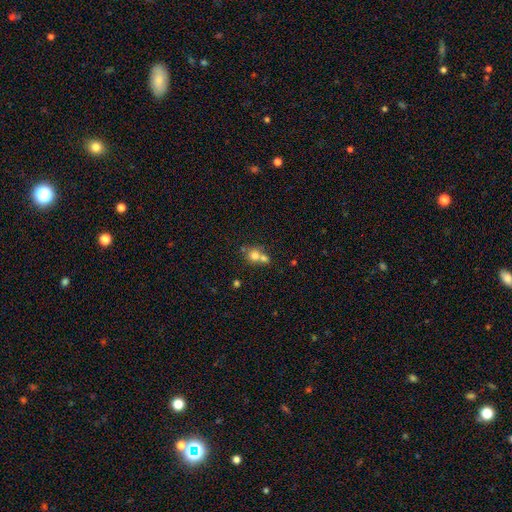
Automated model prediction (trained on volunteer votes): smooth_or_featured: smooth (p=0.72) [alt: featured or disk p=0.15]
how_rounded: round (p=0.78) [alt: in between p=0.21]
merging: merger (p=0.56) [alt: none p=0.34]